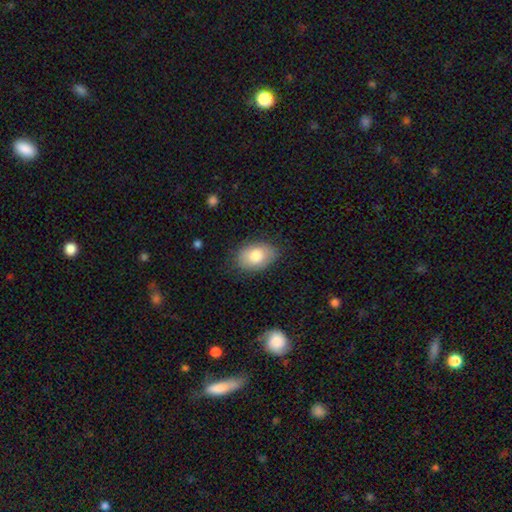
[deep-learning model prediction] A smooth galaxy with no disk features (80%) that is in between round and cigar-shaped (87%).

Vote fractions:
- Smooth or featured? smooth: 80% / featured or disk: 13% / star or artifact: 7%
- How rounded? in between: 87% / round: 12% / cigar-shaped: 1%
- Merging? none: 79% / minor disturbance: 16% / major disturbance: 4% / merger: 1%